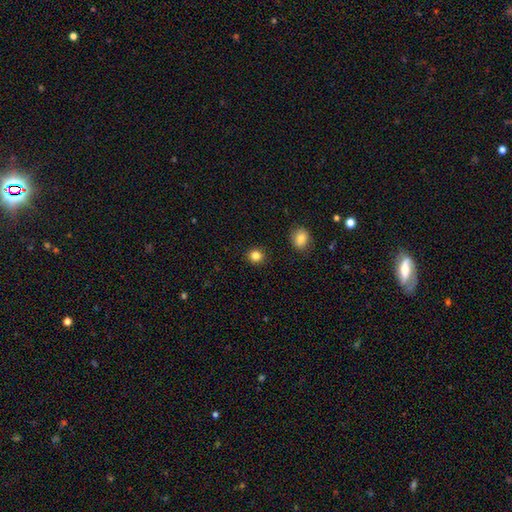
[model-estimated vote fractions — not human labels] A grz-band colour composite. It shows a smooth galaxy with no disk features (83%) that is round (90%). Merging: none (91%).